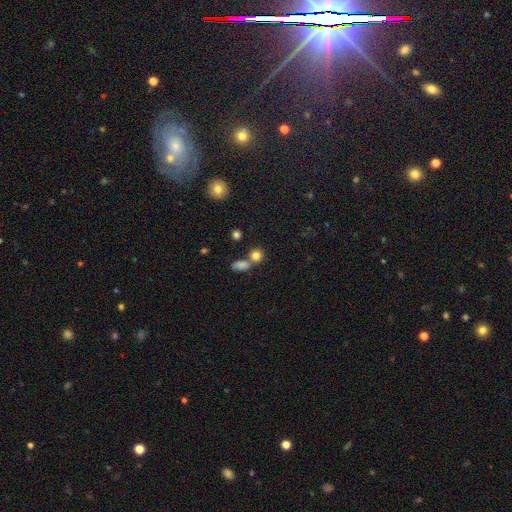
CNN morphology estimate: type=smooth (81%); roundness=round (77%); merging=none (54%).